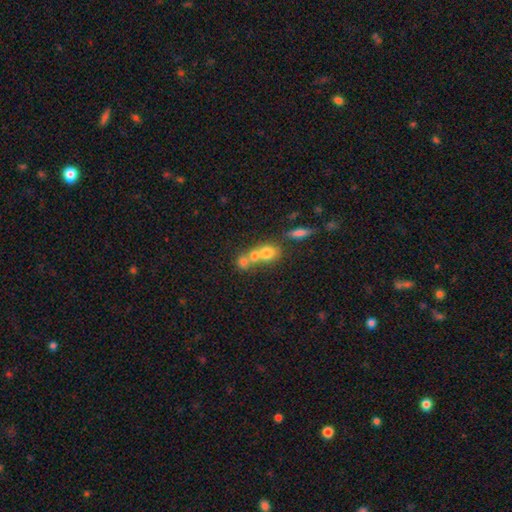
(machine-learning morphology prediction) Smooth or featured: smooth — 59% (featured or disk — 23%)
How rounded: round — 71% (in between — 26%)
Merging: merger — 59% (none — 31%)